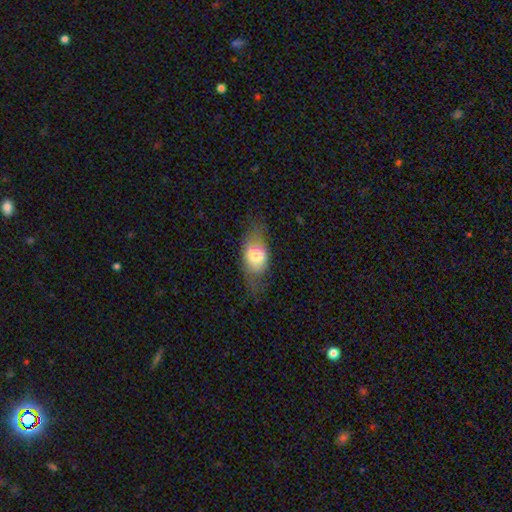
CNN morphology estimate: smooth-or-featured: smooth: 64% | featured or disk: 28% | star or artifact: 7%
  how-rounded: in between: 82% | round: 12% | cigar-shaped: 6%
  merging: none: 59% | minor disturbance: 24% | major disturbance: 15% | merger: 1%